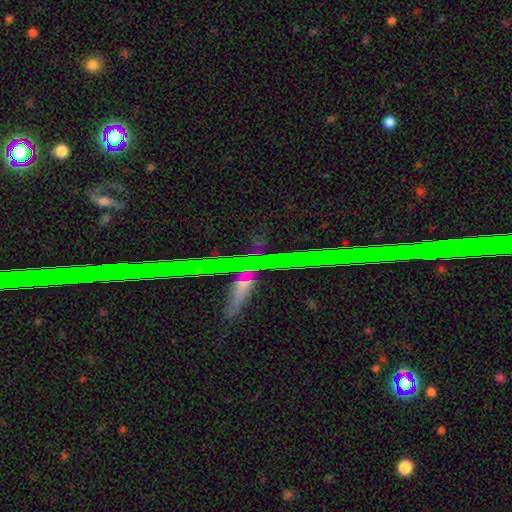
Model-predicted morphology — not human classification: type=star or artifact (65%).